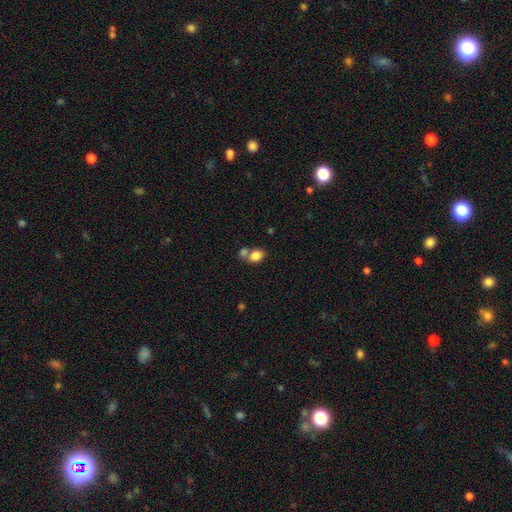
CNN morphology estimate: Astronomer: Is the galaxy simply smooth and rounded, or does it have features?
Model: smooth — 83%.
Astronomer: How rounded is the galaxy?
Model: in between — 67%.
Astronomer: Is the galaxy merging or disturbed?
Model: none — 43%, tied with merger at 43%.